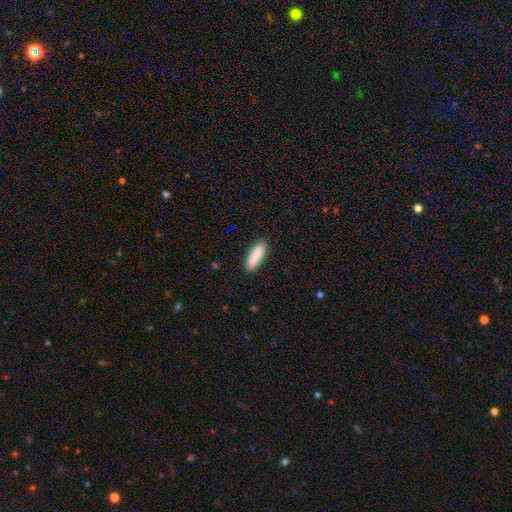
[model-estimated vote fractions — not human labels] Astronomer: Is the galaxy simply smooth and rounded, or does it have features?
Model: smooth — 86%.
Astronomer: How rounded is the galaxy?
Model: cigar-shaped — 58% (runner-up: in between, 40%).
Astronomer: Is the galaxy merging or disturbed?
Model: none — 86%.